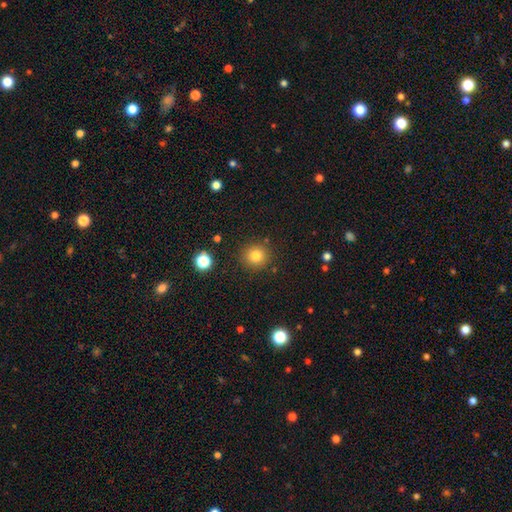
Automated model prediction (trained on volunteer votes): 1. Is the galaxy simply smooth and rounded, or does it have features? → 81% smooth, 13% star or artifact, 6% featured or disk.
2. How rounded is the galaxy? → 93% round, 6% in between, 1% cigar-shaped.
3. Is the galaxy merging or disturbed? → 89% none, 7% minor disturbance, 2% major disturbance, 2% merger.